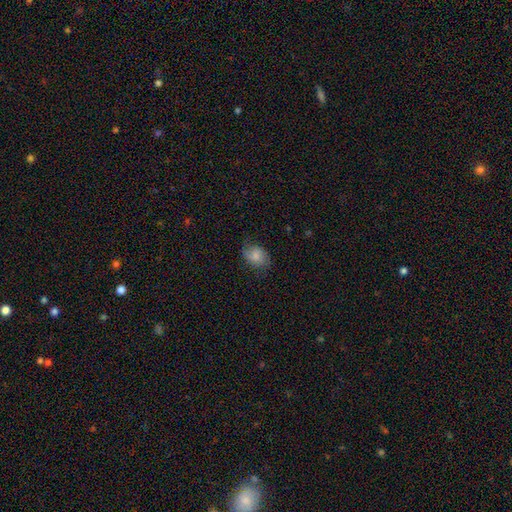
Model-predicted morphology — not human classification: Q: Smooth or featured?
A: smooth (71%); runner-up: featured or disk (21%)
Q: How rounded?
A: in between (67%); runner-up: round (32%)
Q: Merging?
A: none (65%); runner-up: minor disturbance (25%)